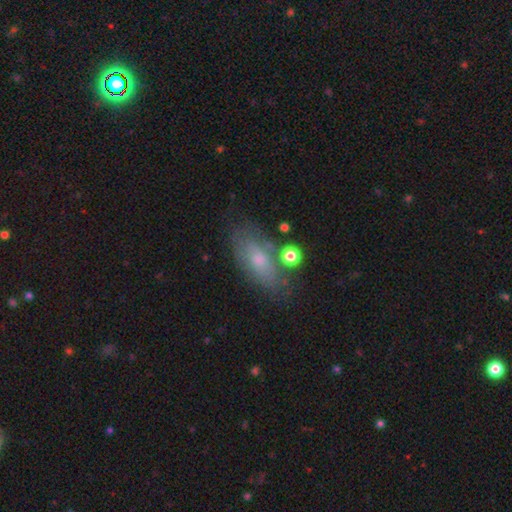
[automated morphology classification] Q: Smooth or featured?
A: smooth (53%); runner-up: featured or disk (33%)
Q: How rounded?
A: in between (81%); runner-up: cigar-shaped (13%)
Q: Merging?
A: none (70%); runner-up: minor disturbance (18%)